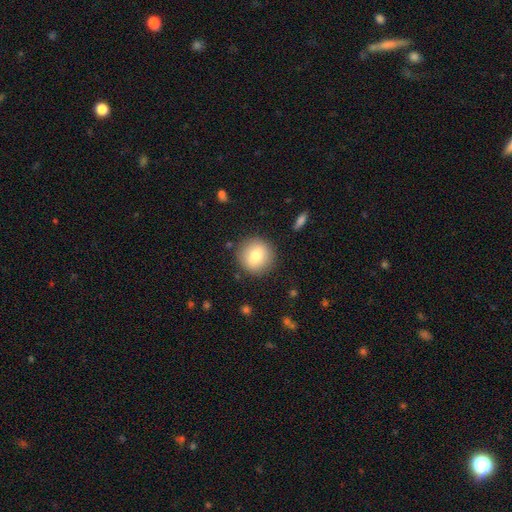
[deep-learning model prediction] smooth 78%, featured or disk 13%, star or artifact 9%. Down the decision tree: how rounded — round (93%); merging — none (88%).